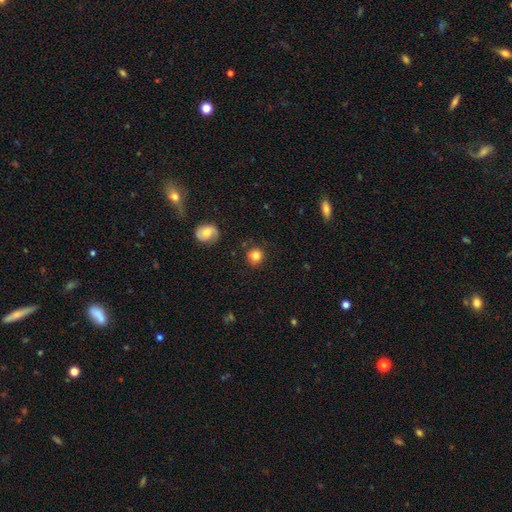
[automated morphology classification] smooth 83%, star or artifact 10%, featured or disk 7%. Down the decision tree: how rounded — round (91%); merging — none (85%).